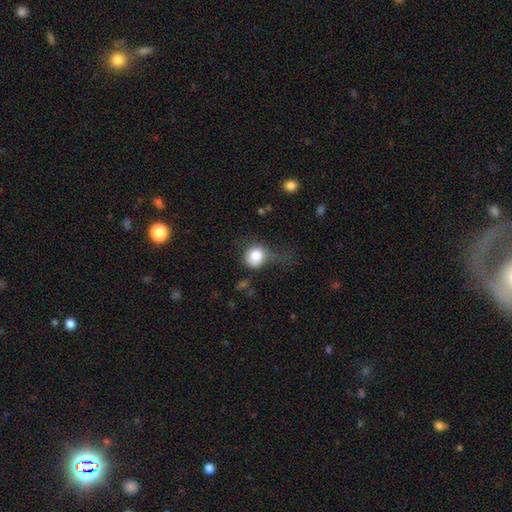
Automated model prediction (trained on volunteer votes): Smooth or featured?
  - smooth: 80% *
  - featured or disk: 10%
  - star or artifact: 10%
How rounded?
  - round: 82% *
  - in between: 17%
  - cigar-shaped: 1%
Merging?
  - none: 37% *
  - minor disturbance: 30%
  - major disturbance: 30%
  - merger: 4%